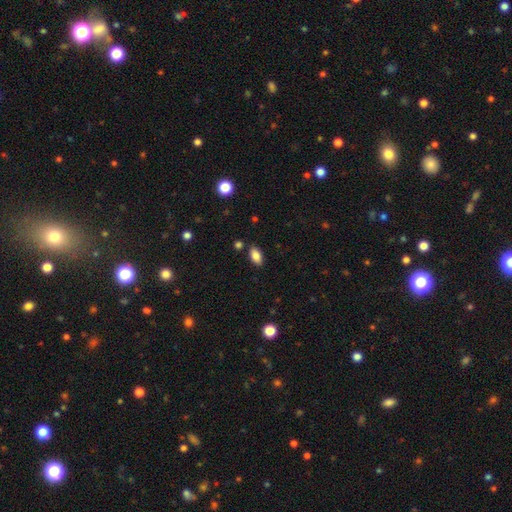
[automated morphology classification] A smooth galaxy with no disk features (86%) that is in between round and cigar-shaped (92%). Merging: none (85%).